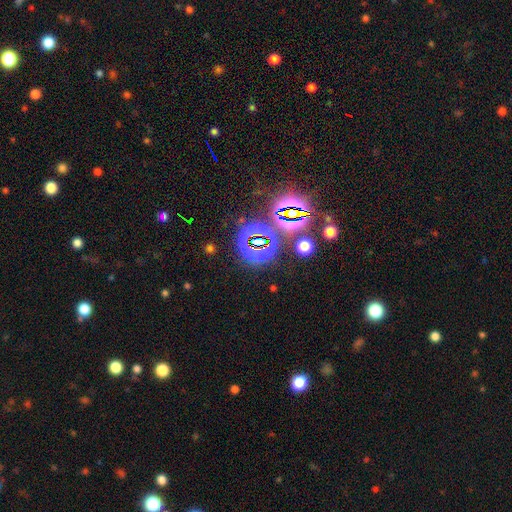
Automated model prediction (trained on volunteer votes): Overall: star or artifact (80%).